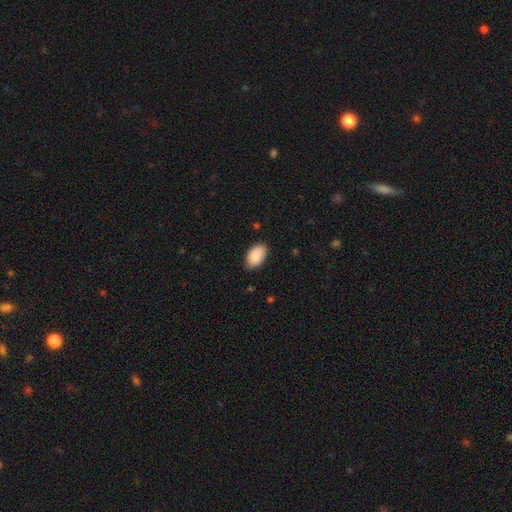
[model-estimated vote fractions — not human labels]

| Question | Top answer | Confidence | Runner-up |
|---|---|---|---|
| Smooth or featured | smooth | 86% | featured or disk (8%) |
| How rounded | in between | 93% | round (5%) |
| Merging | none | 83% | minor disturbance (13%) |